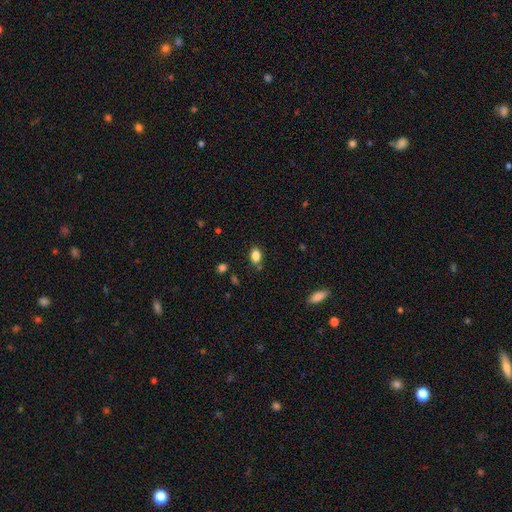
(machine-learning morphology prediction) Smooth or featured? smooth (84%)
How rounded? in between (79%)
Merging? none (76%)